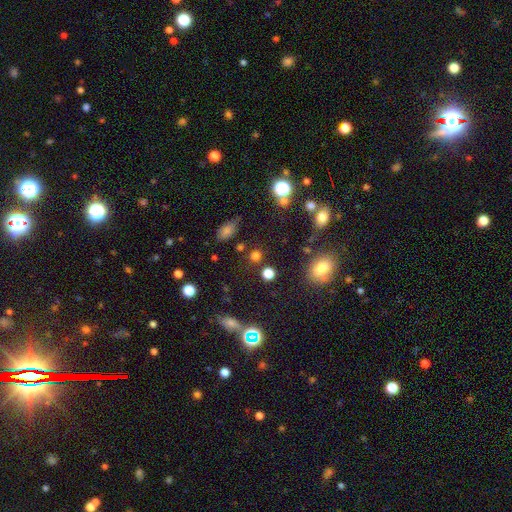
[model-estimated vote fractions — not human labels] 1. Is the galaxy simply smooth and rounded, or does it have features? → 70% smooth, 24% star or artifact, 6% featured or disk.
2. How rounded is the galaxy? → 82% round, 16% in between, 2% cigar-shaped.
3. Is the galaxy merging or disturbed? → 81% none, 9% minor disturbance, 6% merger, 4% major disturbance.